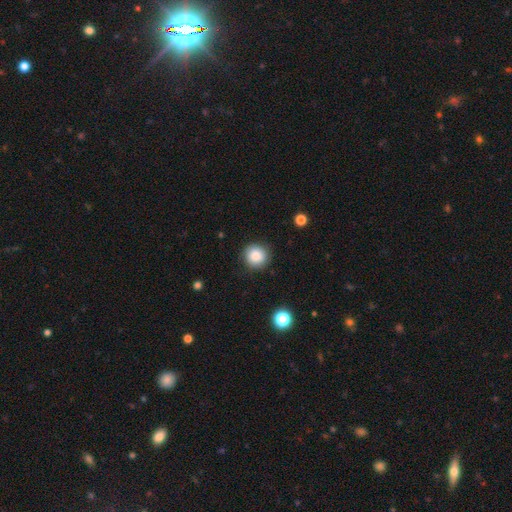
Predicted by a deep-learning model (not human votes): The model was most divided on "smooth or featured": smooth: 85%, star or artifact: 9%, featured or disk: 6%. More confident: how rounded — round (93%); merging — none (88%).